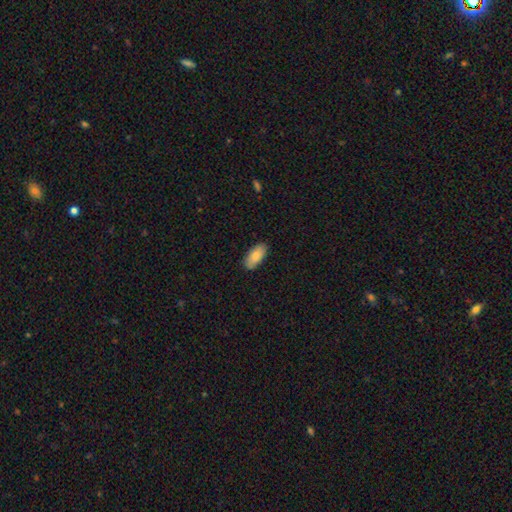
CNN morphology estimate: Smooth or featured: smooth — 79% (featured or disk — 15%)
How rounded: in between — 91% (cigar-shaped — 7%)
Merging: none — 84% (minor disturbance — 13%)